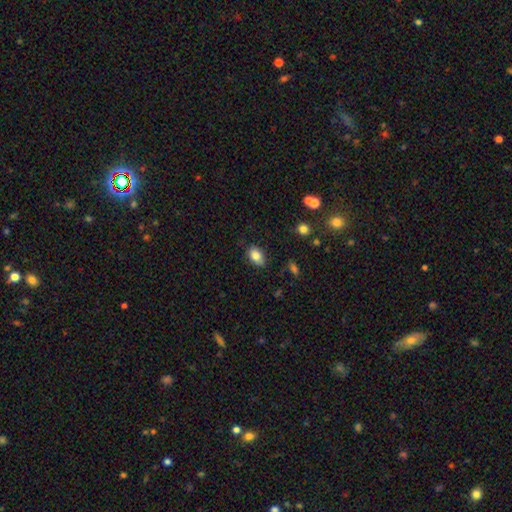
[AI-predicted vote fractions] Q: Smooth or featured?
A: smooth (84%); runner-up: star or artifact (9%)
Q: How rounded?
A: in between (87%); runner-up: round (12%)
Q: Merging?
A: none (78%); runner-up: minor disturbance (17%)